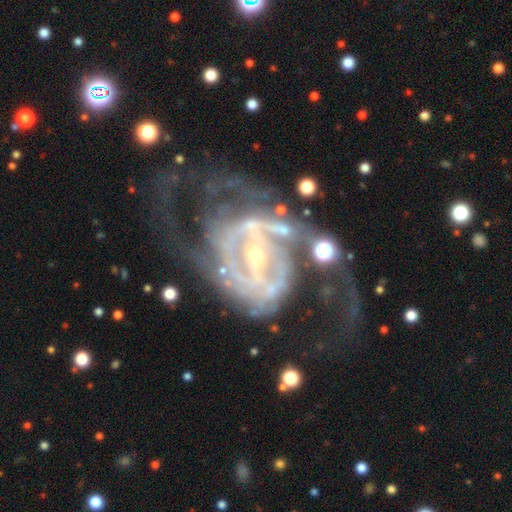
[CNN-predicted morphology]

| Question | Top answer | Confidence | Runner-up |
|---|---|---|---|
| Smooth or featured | featured or disk | 88% | star or artifact (6%) |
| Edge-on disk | no | 96% | yes (4%) |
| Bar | strong | 48% | weak (31%) |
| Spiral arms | yes | 87% | no (13%) |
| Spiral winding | medium | 42% | tight (38%) |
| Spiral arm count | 2 | 50% | can't tell (24%) |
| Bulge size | small | 75% | moderate (20%) |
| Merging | none | 39% | major disturbance (38%) |